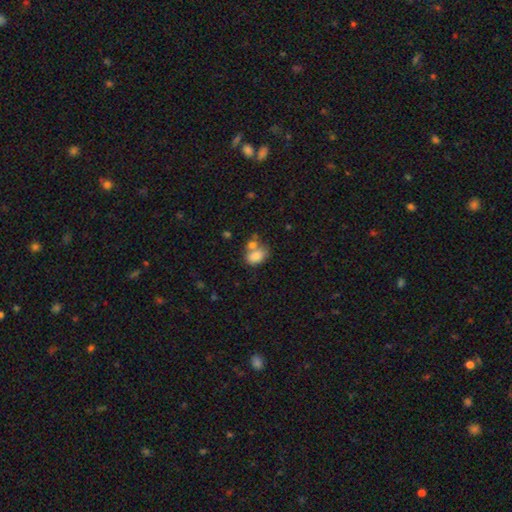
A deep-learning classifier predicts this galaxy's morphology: This is clearly a smooth galaxy (81%). How rounded: clearly in between (82%). Merging: marginally none (40%).